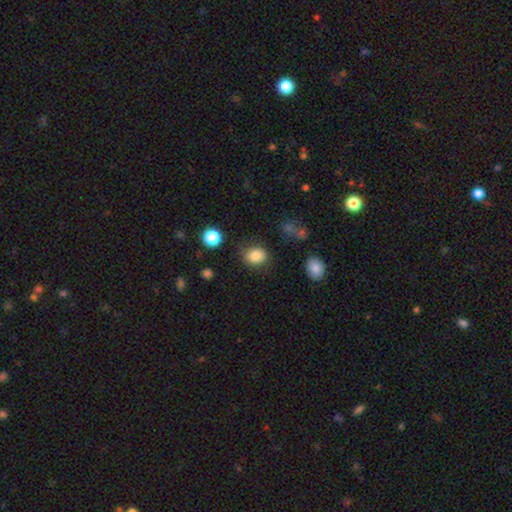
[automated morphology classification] The model was most divided on "how rounded": round: 60%, in between: 39%, cigar-shaped: 1%. More confident: smooth or featured — smooth (84%); merging — none (75%).